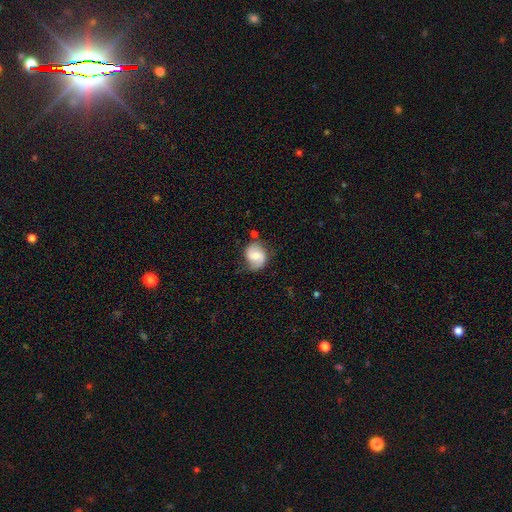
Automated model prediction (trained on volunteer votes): Morphology: type=featured or disk (63%); edge-on=no (98%); bar=weak (47%); spiral arms=yes (91%); winding=medium (44%); arm count=2 (82%); bulge=moderate (55%); merging=none (67%).